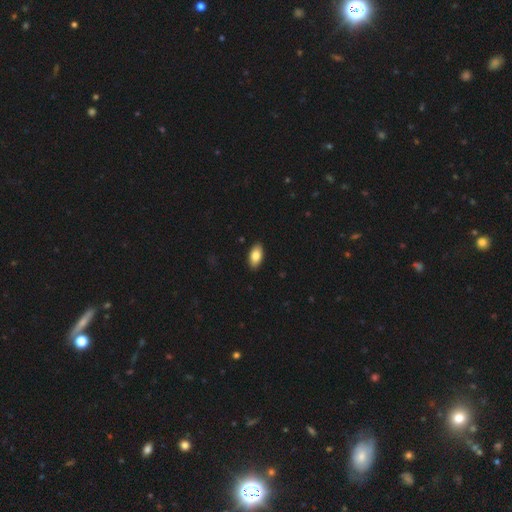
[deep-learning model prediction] Morphology: type=smooth (83%); roundness=in between (93%); merging=none (90%).